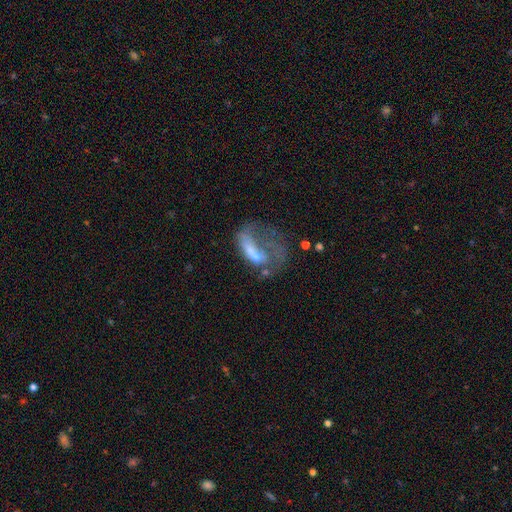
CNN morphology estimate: type=featured or disk (53%); edge-on=no (93%); merging=major disturbance (50%).